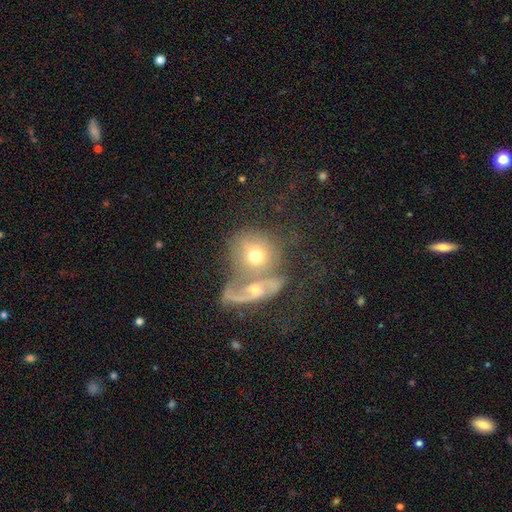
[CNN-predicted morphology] Smooth or featured? smooth (49%)
Merging? merger (58%)